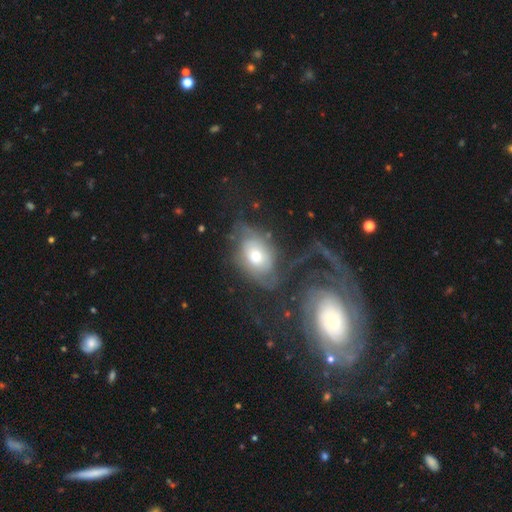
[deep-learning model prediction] Smooth or featured? featured or disk (65%)
Edge-on disk? no (95%)
Bar? no (77%)
Spiral arms? yes (81%)
Bulge size? moderate (58%)
Merging? none (38%)